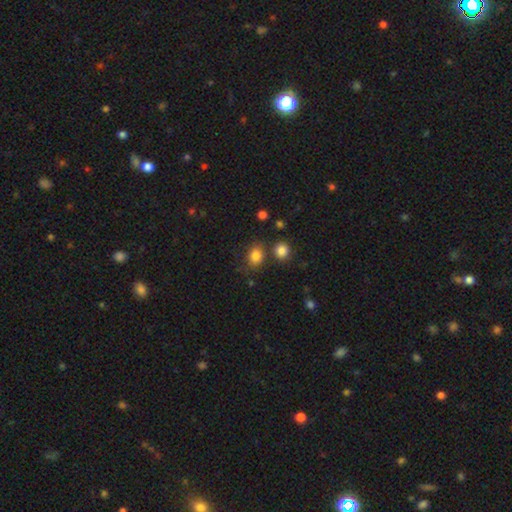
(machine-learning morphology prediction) smooth-or-featured: smooth: 82% | star or artifact: 12% | featured or disk: 6%
  how-rounded: round: 53% | in between: 46% | cigar-shaped: 1%
  merging: none: 72% | minor disturbance: 13% | merger: 11% | major disturbance: 4%